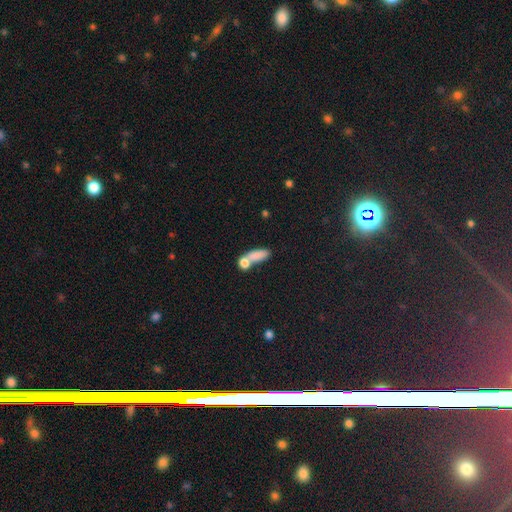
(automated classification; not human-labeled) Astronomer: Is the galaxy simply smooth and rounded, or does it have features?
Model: smooth — 79%.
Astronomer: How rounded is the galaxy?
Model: in between — 63%.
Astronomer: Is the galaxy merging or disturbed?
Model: merger — 44% (runner-up: none, 37%).